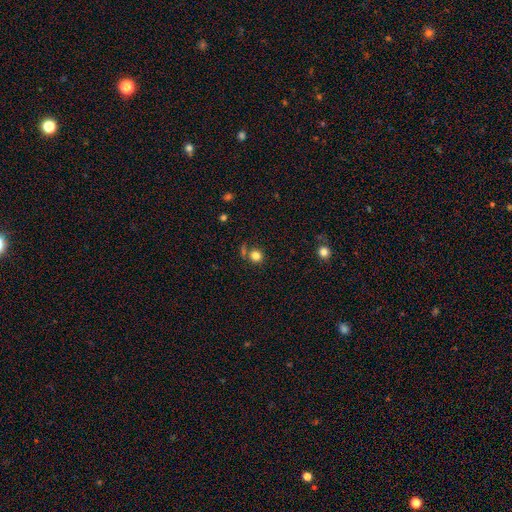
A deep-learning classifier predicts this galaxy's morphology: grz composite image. It shows a smooth galaxy with no disk features (81%) that is round (89%). Merging: none (71%).